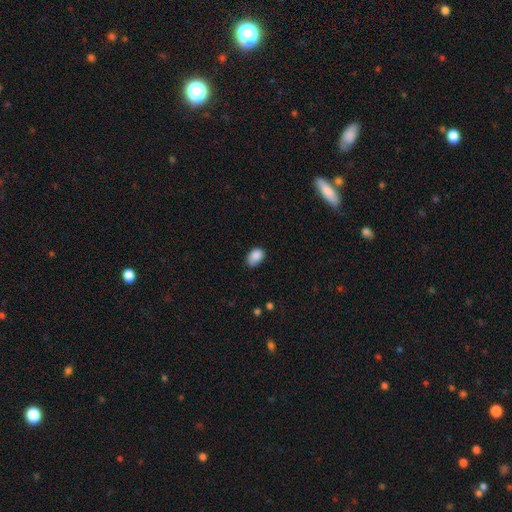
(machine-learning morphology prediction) smooth 88%, star or artifact 8%, featured or disk 5%. Down the decision tree: how rounded — in between (84%); merging — none (66%).